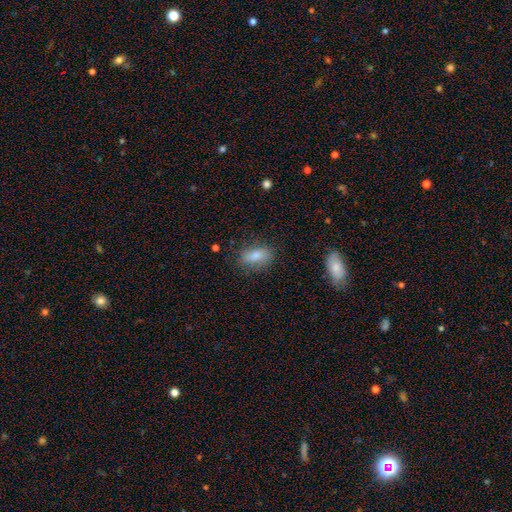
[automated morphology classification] Smooth or featured: smooth — 82% (featured or disk — 11%)
How rounded: in between — 86% (round — 9%)
Merging: none — 76% (minor disturbance — 17%)